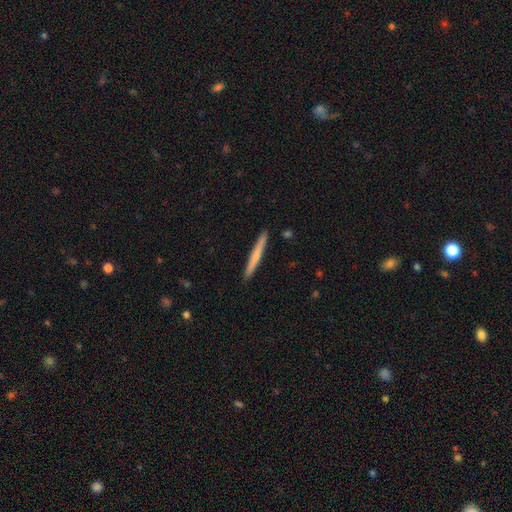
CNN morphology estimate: smooth-or-featured: smooth: 63% | featured or disk: 32% | star or artifact: 5%
  how-rounded: cigar-shaped: 97% | in between: 2% | round: 1%
  merging: none: 92% | minor disturbance: 6% | major disturbance: 1% | merger: 1%